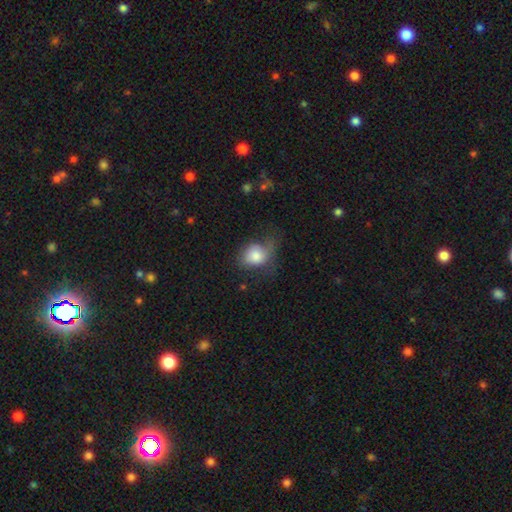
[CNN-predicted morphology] smooth_or_featured: smooth (p=0.78) [alt: featured or disk p=0.14]
how_rounded: in between (p=0.52) [alt: round p=0.47]
merging: minor disturbance (p=0.35) [tied with: none p=0.35]